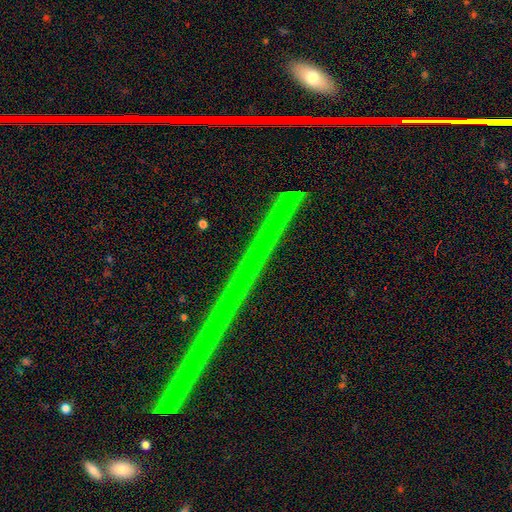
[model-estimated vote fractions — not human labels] This appears to be a star or artifact, not a galaxy (79%).